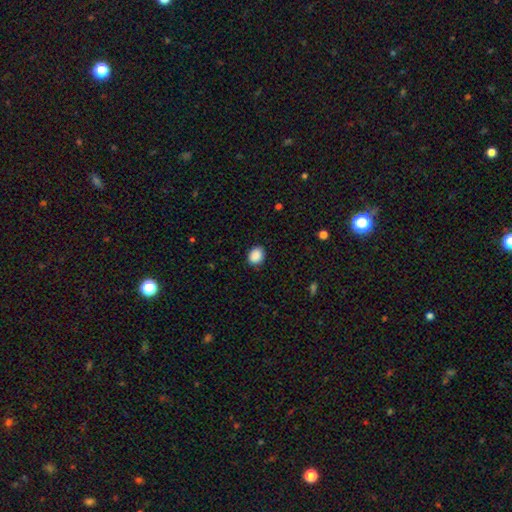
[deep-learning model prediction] This appears to be a smooth galaxy with no disk features (90%) that is round (51%). Merging: none (87%).